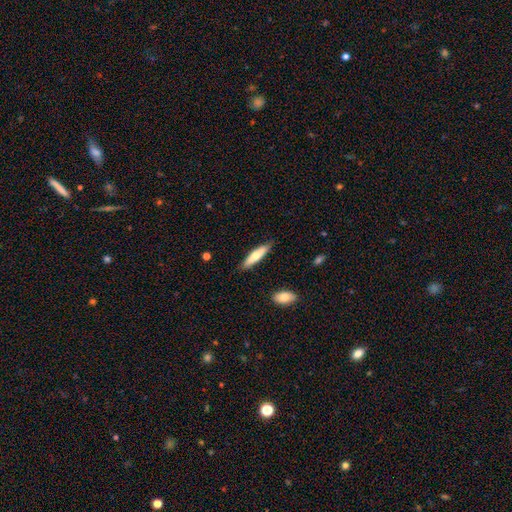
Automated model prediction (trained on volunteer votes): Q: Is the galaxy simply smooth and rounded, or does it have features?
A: smooth — 64%.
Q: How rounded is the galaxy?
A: cigar-shaped — 74%.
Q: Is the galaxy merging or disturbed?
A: none — 86%.